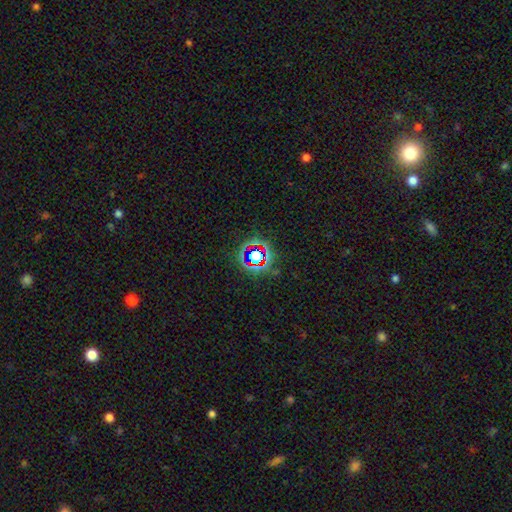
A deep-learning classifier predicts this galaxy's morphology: This is likely a star or artifact rather than a galaxy (68%).